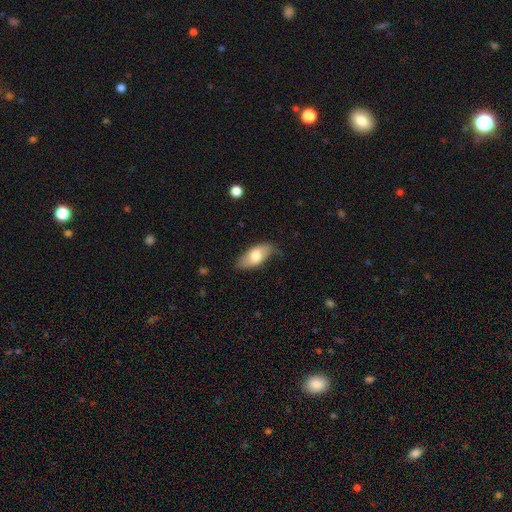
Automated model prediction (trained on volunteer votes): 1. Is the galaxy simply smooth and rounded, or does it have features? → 71% smooth, 23% featured or disk, 6% star or artifact.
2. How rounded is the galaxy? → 90% in between, 7% cigar-shaped, 3% round.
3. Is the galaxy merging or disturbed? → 66% none, 26% minor disturbance, 6% major disturbance, 2% merger.